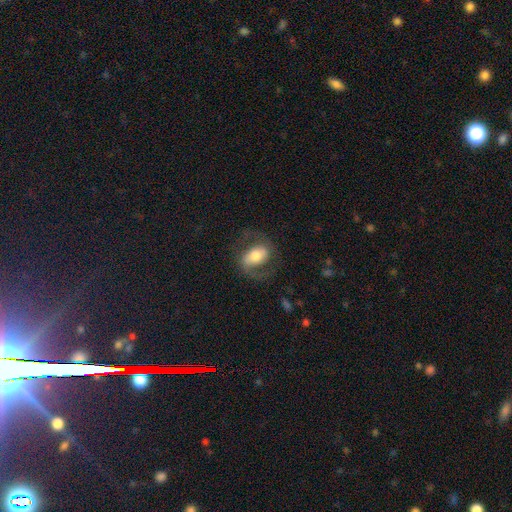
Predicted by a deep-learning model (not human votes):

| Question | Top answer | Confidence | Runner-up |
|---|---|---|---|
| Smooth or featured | featured or disk | 58% | smooth (35%) |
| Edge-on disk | no | 95% | yes (5%) |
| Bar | strong | 36% | weak (34%) |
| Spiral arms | yes | 79% | no (21%) |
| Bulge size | moderate | 57% | large (24%) |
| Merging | none | 65% | major disturbance (17%) |